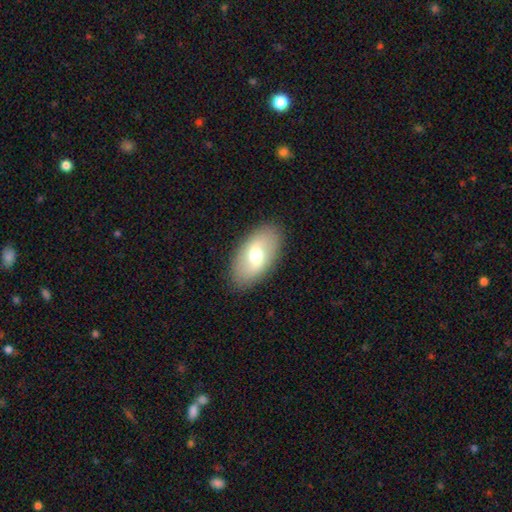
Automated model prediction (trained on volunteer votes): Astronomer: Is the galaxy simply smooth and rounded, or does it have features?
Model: smooth — 56% (runner-up: featured or disk, 37%).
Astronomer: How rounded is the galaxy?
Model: in between — 92%.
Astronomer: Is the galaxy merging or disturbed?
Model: none — 88%.